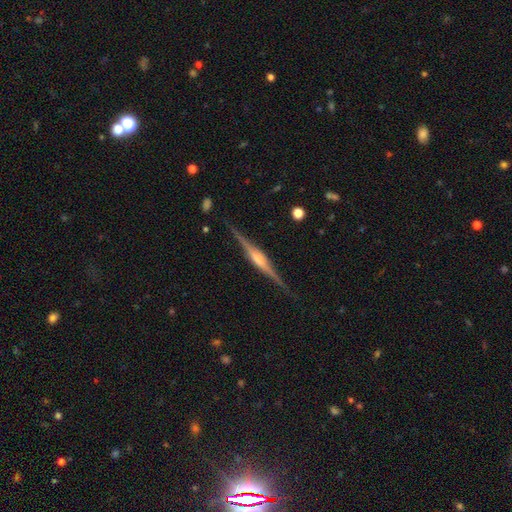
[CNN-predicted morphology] Q: Smooth or featured?
A: featured or disk (86%); runner-up: smooth (9%)
Q: Edge-on disk?
A: yes (98%); runner-up: no (2%)
Q: Edge-on bulge?
A: rounded (71%); runner-up: boxy (23%)
Q: Merging?
A: none (89%); runner-up: minor disturbance (8%)